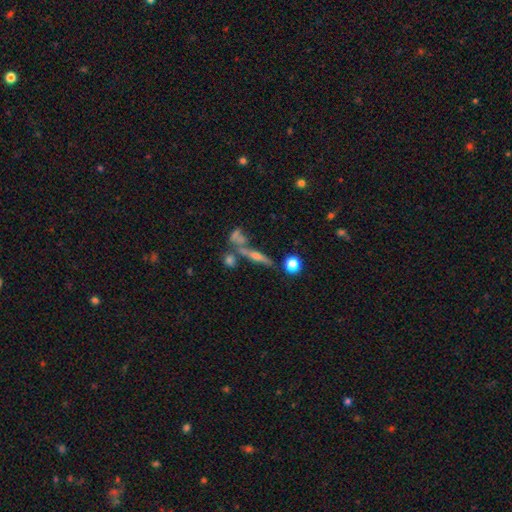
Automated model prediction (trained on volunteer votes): A featured or disk galaxy (57%) viewed edge-on (80%).

Vote fractions:
- Smooth or featured? featured or disk: 57% / smooth: 27% / star or artifact: 16%
- Edge-on disk? yes: 80% / no: 20%
- Merging? none: 55% / merger: 23% / minor disturbance: 13% / major disturbance: 9%